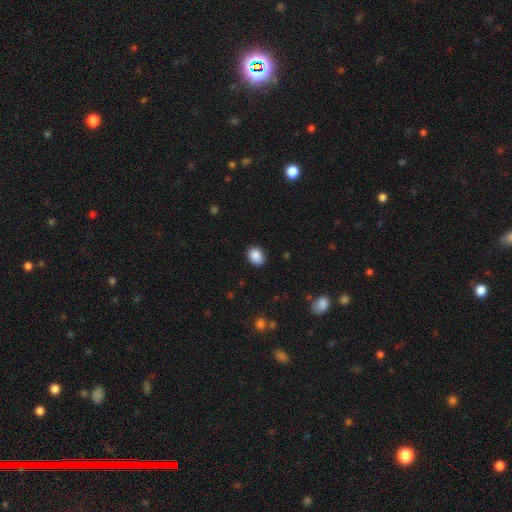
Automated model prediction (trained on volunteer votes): smooth 88%, star or artifact 8%, featured or disk 3%. Down the decision tree: how rounded — in between (61%); merging — none (86%).